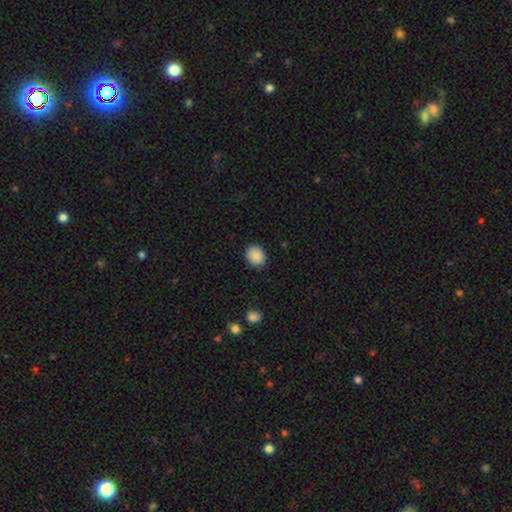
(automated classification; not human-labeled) This appears to be a smooth galaxy with no disk features (89%) that is round (64%). Merging: none (88%).